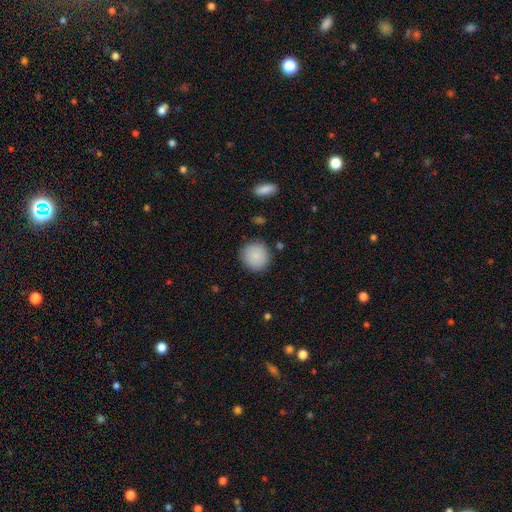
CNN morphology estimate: smooth-or-featured: smooth: 88% | star or artifact: 7% | featured or disk: 5%
  how-rounded: round: 93% | in between: 6% | cigar-shaped: 1%
  merging: none: 88% | minor disturbance: 8% | major disturbance: 2% | merger: 2%